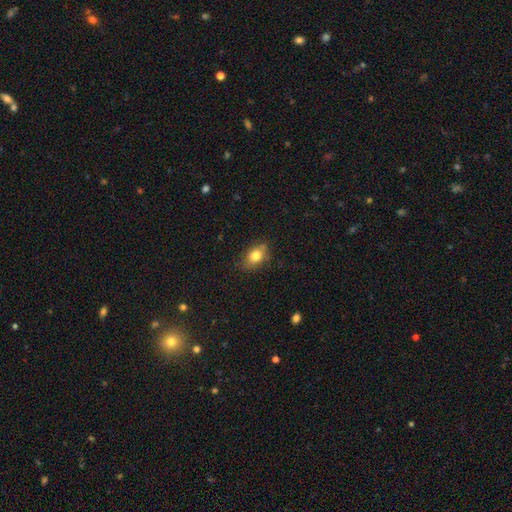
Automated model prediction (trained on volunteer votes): Smooth or featured? smooth (80%)
How rounded? in between (74%)
Merging? none (77%)